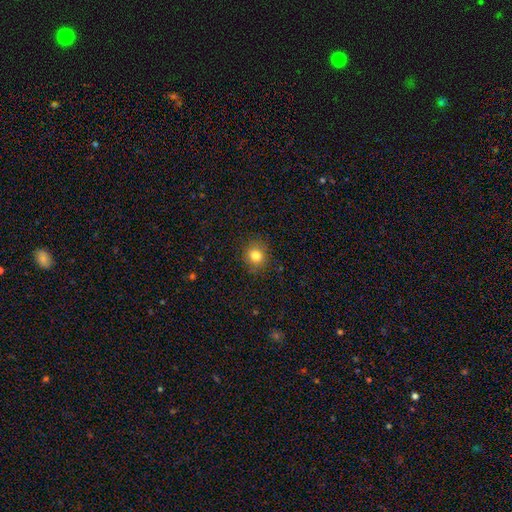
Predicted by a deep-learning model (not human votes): Morphology: type=smooth (81%); roundness=round (83%); merging=none (88%).